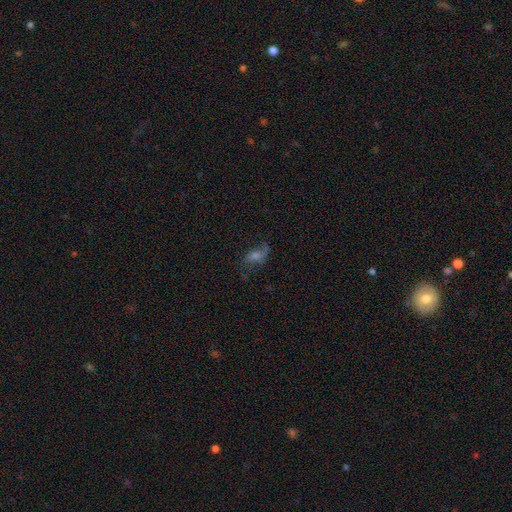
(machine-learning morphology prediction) This appears to be a featured or disk galaxy (47%). Merging: none (58%).